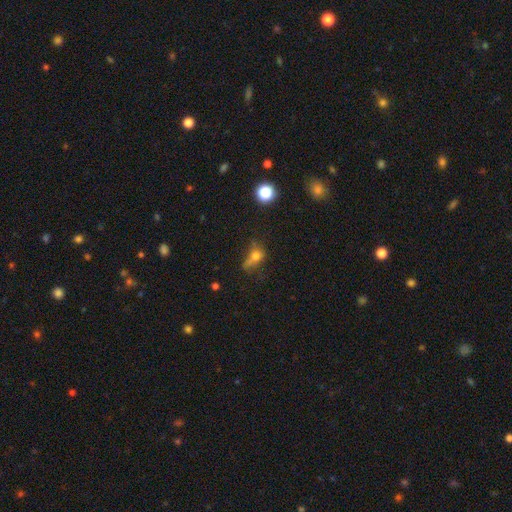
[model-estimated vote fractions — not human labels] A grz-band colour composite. It shows a smooth galaxy with no disk features (59%) that is in between round and cigar-shaped (53%). Merging: none (33%, tied with major disturbance).